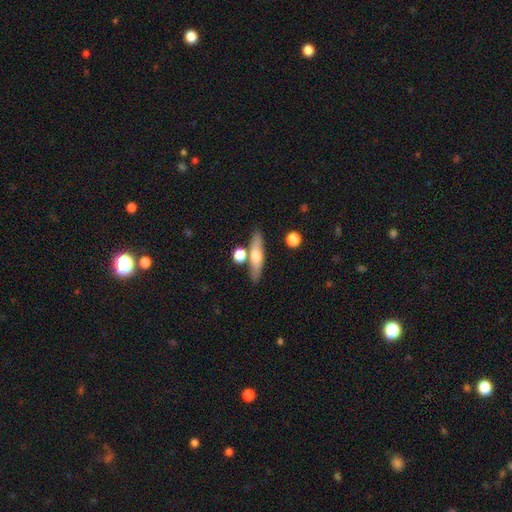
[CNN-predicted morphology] Overall: smooth (53%; featured or disk 41%). How rounded: cigar-shaped (73%). Merging: none (77%).